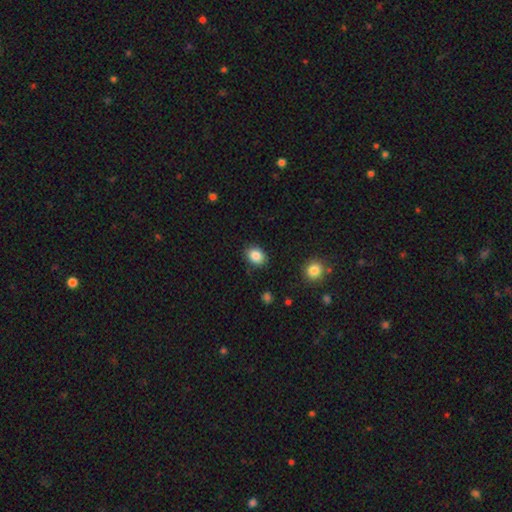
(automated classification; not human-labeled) This is clearly a smooth galaxy (86%). How rounded: likely in between (60%). Merging: clearly none (86%).